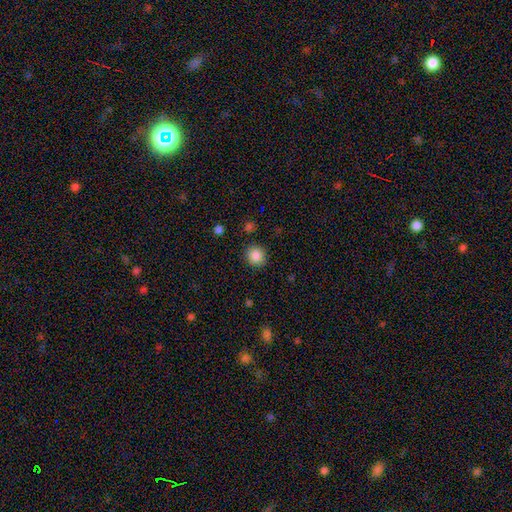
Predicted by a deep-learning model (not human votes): The model was most divided on "smooth or featured": smooth: 87%, star or artifact: 10%, featured or disk: 4%. More confident: how rounded — round (91%); merging — none (90%).